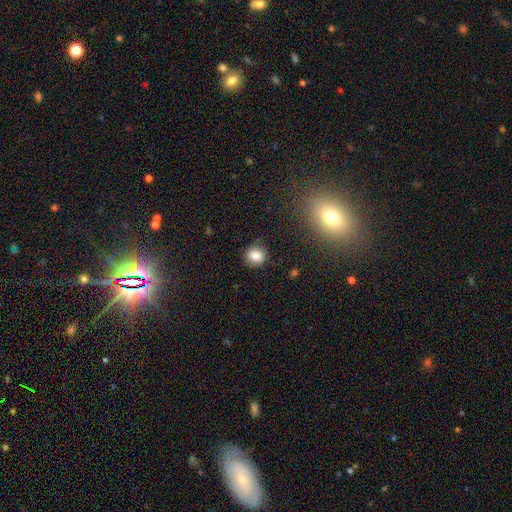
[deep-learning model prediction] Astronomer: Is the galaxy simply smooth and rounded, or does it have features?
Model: smooth — 84%.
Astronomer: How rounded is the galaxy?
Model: round — 81%.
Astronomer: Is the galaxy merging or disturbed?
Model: none — 86%.